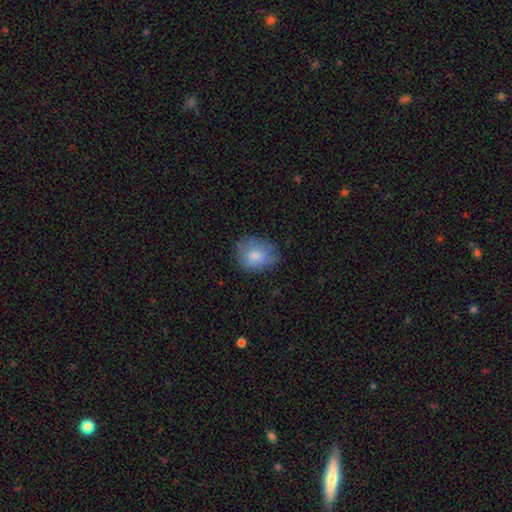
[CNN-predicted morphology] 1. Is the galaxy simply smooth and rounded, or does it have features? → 75% smooth, 17% featured or disk, 8% star or artifact.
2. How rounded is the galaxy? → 53% round, 46% in between, 1% cigar-shaped.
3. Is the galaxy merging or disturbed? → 60% none, 28% minor disturbance, 10% major disturbance, 2% merger.